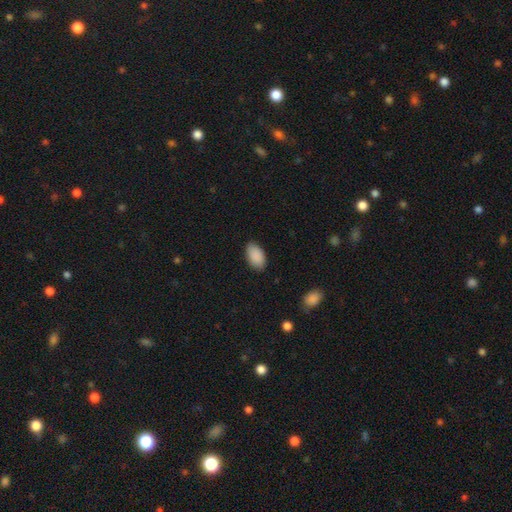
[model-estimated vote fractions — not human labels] Smooth or featured? smooth (90%)
How rounded? in between (95%)
Merging? none (85%)